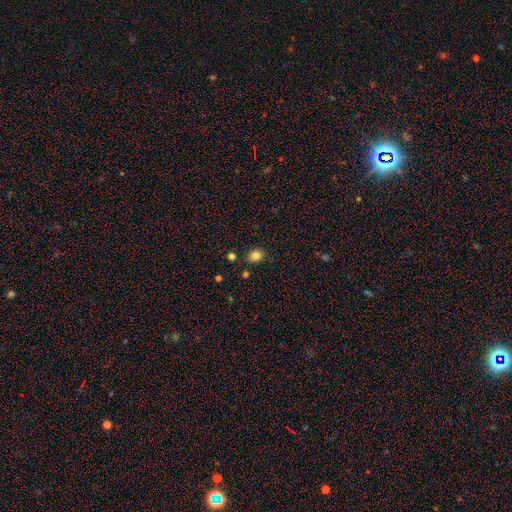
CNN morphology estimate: Overall: smooth (82%). How rounded: in between (56%; round 43%). Merging: none (83%).